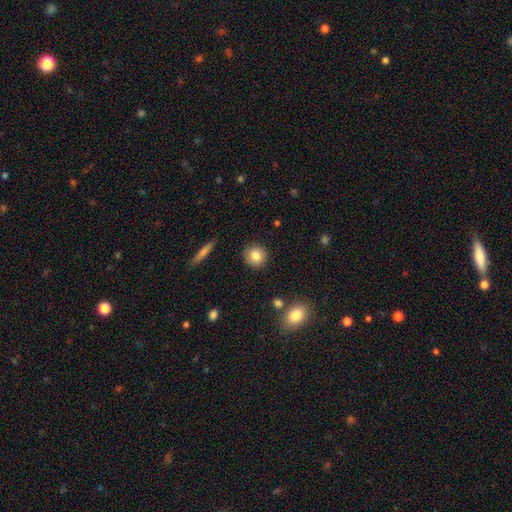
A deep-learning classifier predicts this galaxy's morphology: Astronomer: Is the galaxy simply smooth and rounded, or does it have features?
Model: smooth — 83%.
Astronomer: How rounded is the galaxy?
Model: round — 91%.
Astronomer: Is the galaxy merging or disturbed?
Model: none — 90%.